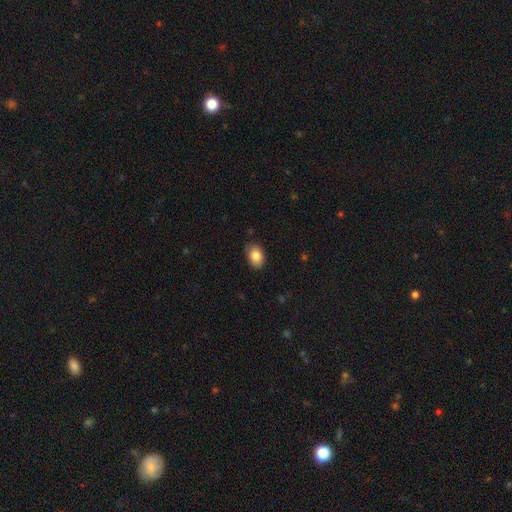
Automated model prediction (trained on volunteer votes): Morphology: type=smooth (84%); roundness=in between (85%); merging=none (80%).